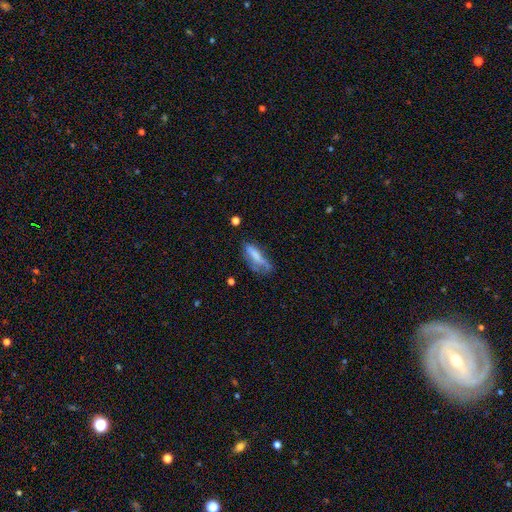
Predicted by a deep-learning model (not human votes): Smooth or featured? Predicted: smooth (p=0.64). How rounded? Predicted: in between (p=0.52). Merging? Predicted: none (p=0.35).